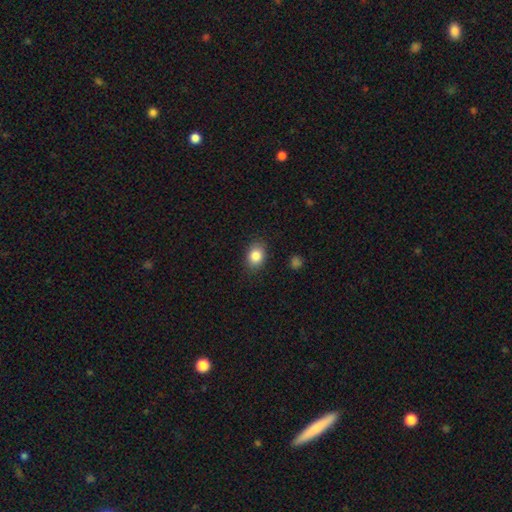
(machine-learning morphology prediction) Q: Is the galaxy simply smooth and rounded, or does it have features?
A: smooth — 84%.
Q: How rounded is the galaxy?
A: in between — 64%.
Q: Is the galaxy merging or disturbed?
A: none — 86%.